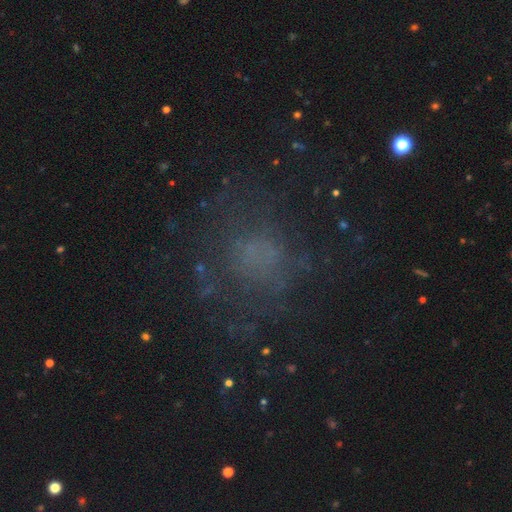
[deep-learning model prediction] Smooth or featured? smooth (38%)
Merging? none (64%)